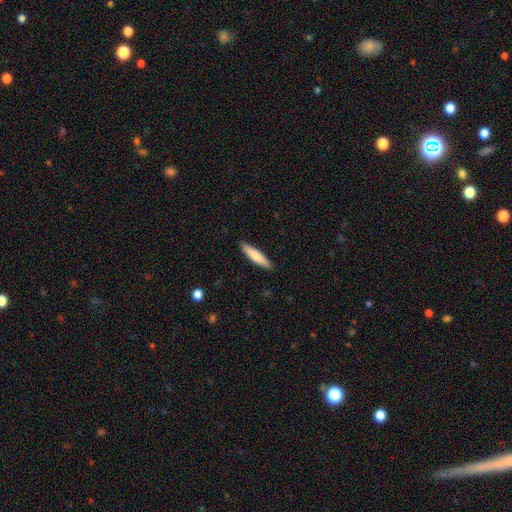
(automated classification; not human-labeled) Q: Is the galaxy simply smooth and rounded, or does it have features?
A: smooth — 74%.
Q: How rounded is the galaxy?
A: cigar-shaped — 82%.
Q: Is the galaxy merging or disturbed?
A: none — 90%.